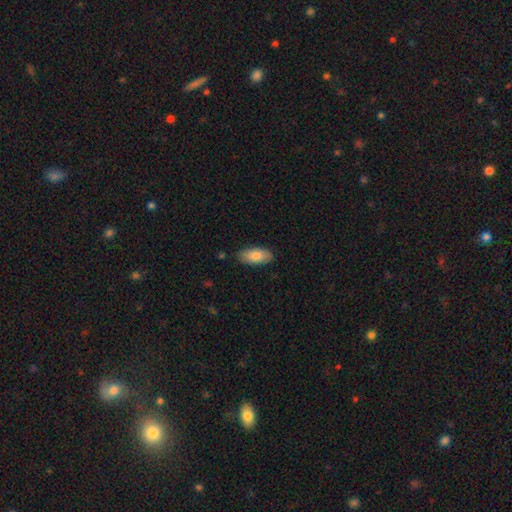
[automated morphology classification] Overall: smooth (85%). How rounded: in between (89%). Merging: none (86%).